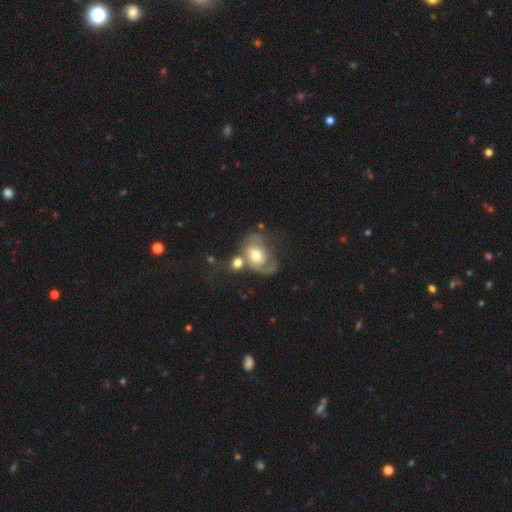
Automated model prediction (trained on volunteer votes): Morphology: type=featured or disk (58%); edge-on=no (96%); bar=no (74%); spiral arms=yes (71%); bulge=moderate (63%); merging=merger (34%).